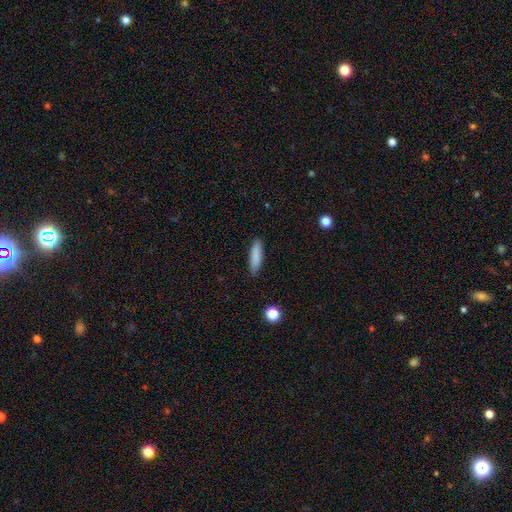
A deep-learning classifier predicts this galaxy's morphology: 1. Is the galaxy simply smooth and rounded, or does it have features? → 85% smooth, 8% featured or disk, 7% star or artifact.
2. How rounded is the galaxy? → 68% cigar-shaped, 31% in between, 2% round.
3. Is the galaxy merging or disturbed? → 85% none, 12% minor disturbance, 2% major disturbance, 1% merger.